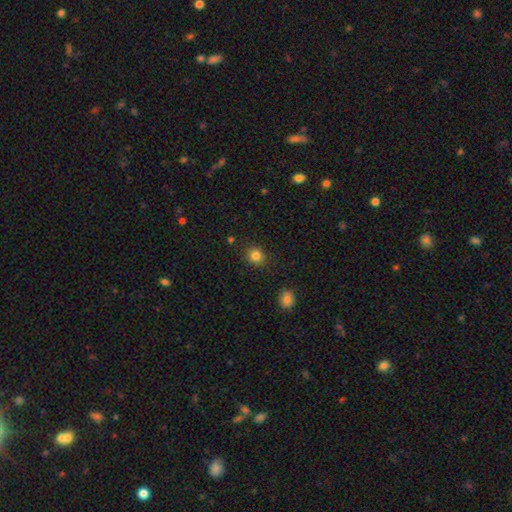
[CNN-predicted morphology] Smooth or featured?
  - smooth: 84% *
  - star or artifact: 11%
  - featured or disk: 5%
How rounded?
  - round: 82% *
  - in between: 17%
  - cigar-shaped: 1%
Merging?
  - none: 88% *
  - minor disturbance: 8%
  - major disturbance: 2%
  - merger: 2%